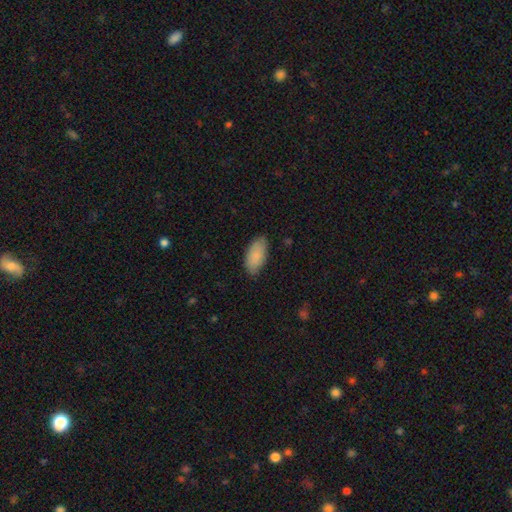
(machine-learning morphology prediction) Smooth or featured: smooth — 88% (star or artifact — 6%)
How rounded: in between — 92% (cigar-shaped — 6%)
Merging: none — 84% (minor disturbance — 13%)